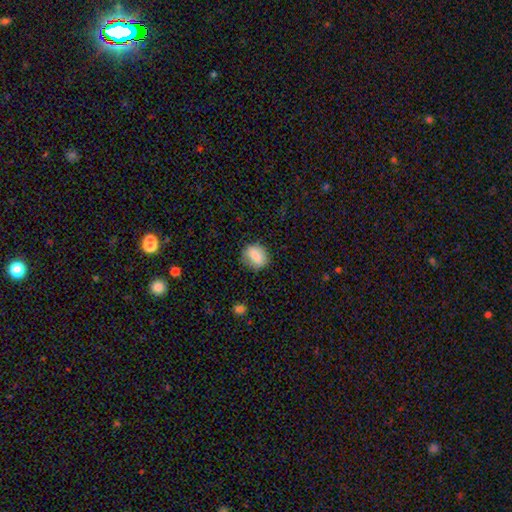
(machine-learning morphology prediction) Smooth or featured: smooth — 79% (featured or disk — 13%)
How rounded: round — 55% (in between — 43%)
Merging: none — 80% (minor disturbance — 15%)